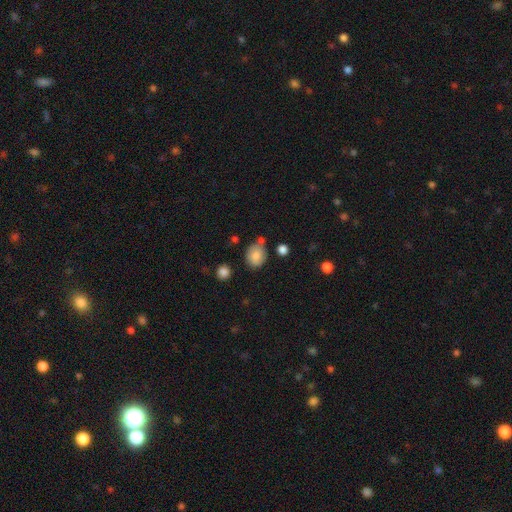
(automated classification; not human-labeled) Q: Smooth or featured?
A: smooth (83%); runner-up: star or artifact (9%)
Q: How rounded?
A: round (55%); runner-up: in between (44%)
Q: Merging?
A: none (65%); runner-up: minor disturbance (20%)